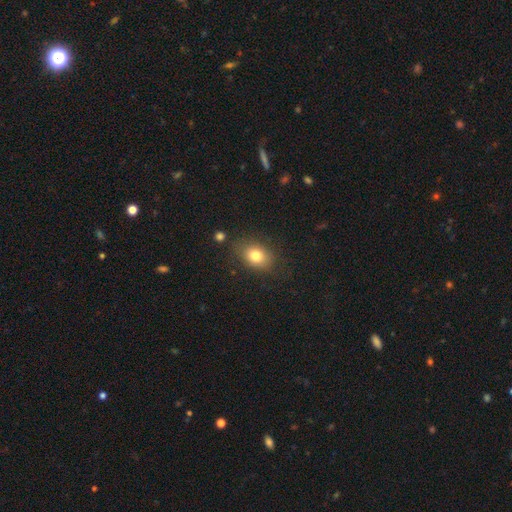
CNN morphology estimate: This appears to be a smooth galaxy with no disk features (79%) that is in between round and cigar-shaped (68%). Merging: none (79%).